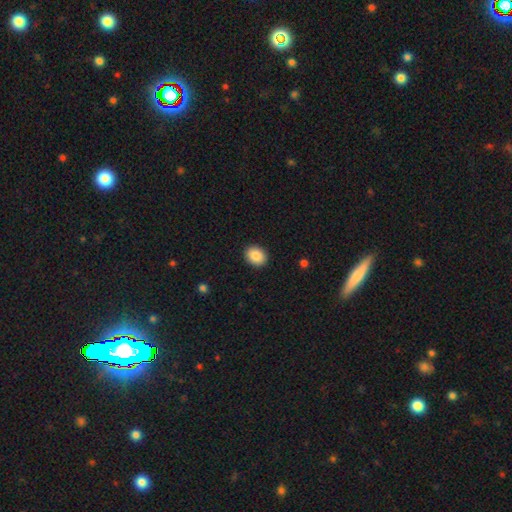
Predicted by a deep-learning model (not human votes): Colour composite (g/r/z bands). It shows a smooth galaxy with no disk features (87%) that is round (52%). Merging: none (91%).